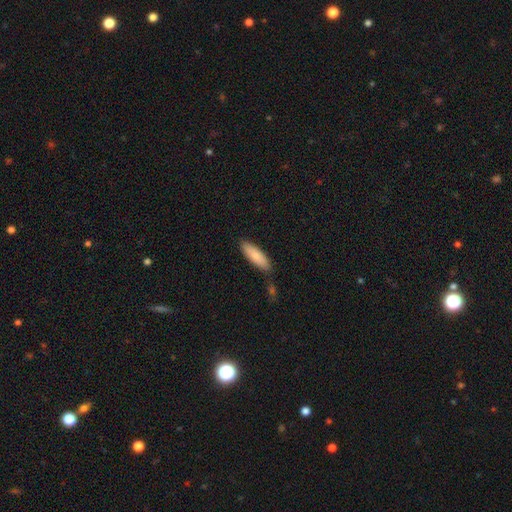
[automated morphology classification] Overall: smooth (83%). How rounded: cigar-shaped (50%; in between 49%). Merging: none (76%).